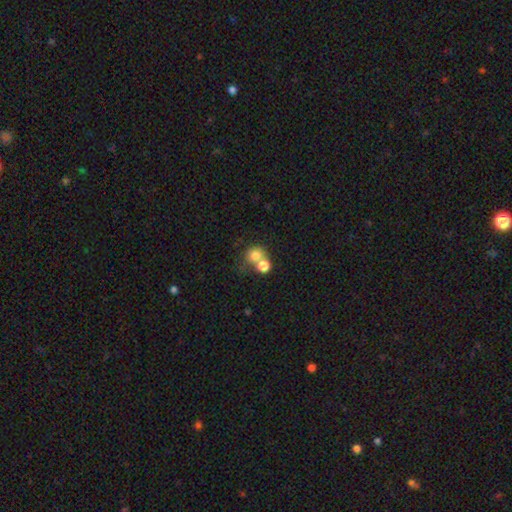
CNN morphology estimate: smooth-or-featured: smooth: 76% | featured or disk: 12% | star or artifact: 12%
  how-rounded: round: 78% | in between: 21% | cigar-shaped: 1%
  merging: merger: 51% | none: 38% | minor disturbance: 7% | major disturbance: 4%